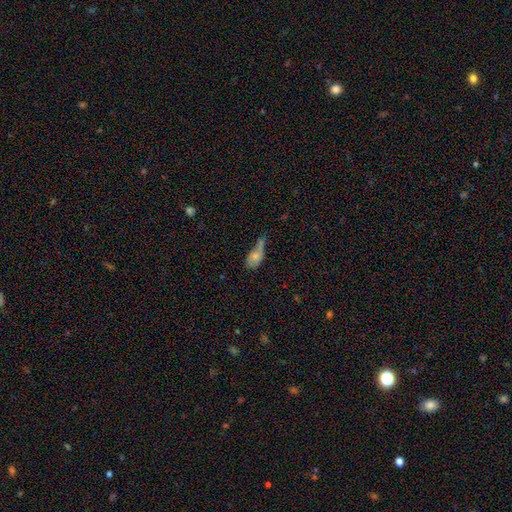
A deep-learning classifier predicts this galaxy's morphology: The model was most divided on "merging": minor disturbance: 29%, major disturbance: 26%, merger: 23%, none: 22%. More confident: how rounded — in between (83%); smooth or featured — smooth (64%).